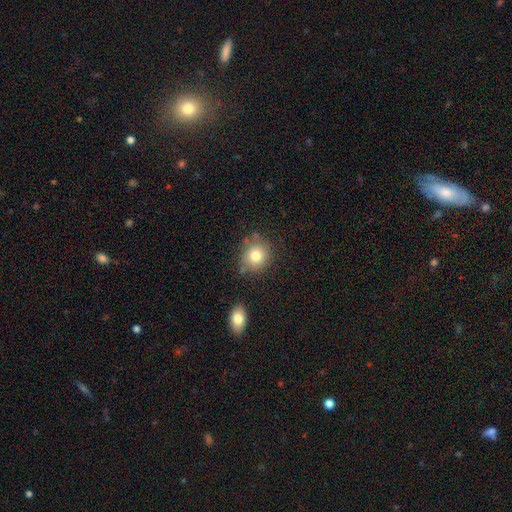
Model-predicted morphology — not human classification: A smooth galaxy with no disk features (78%) that is round (84%).

Vote fractions:
- Smooth or featured? smooth: 78% / star or artifact: 11% / featured or disk: 10%
- How rounded? round: 84% / in between: 15% / cigar-shaped: 1%
- Merging? none: 76% / minor disturbance: 14% / merger: 7% / major disturbance: 4%